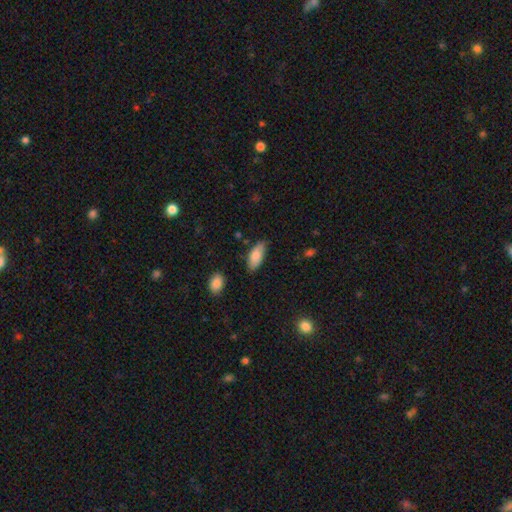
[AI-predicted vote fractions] smooth_or_featured: smooth (p=0.83) [alt: featured or disk p=0.10]
how_rounded: in between (p=0.84) [alt: cigar-shaped p=0.14]
merging: none (p=0.75) [alt: minor disturbance p=0.20]